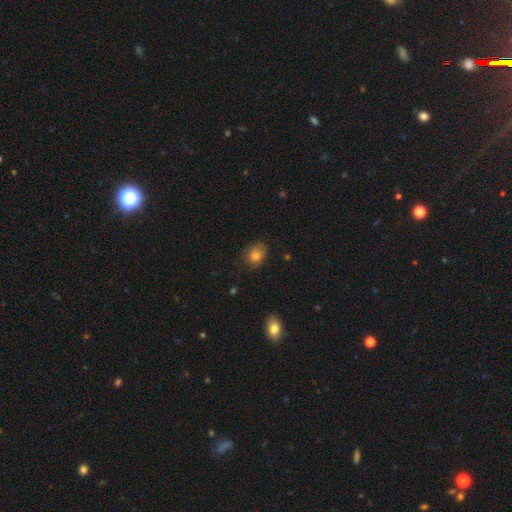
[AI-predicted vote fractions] The model was most divided on "how rounded": in between: 59%, round: 40%, cigar-shaped: 1%. More confident: smooth or featured — smooth (76%); merging — none (67%).